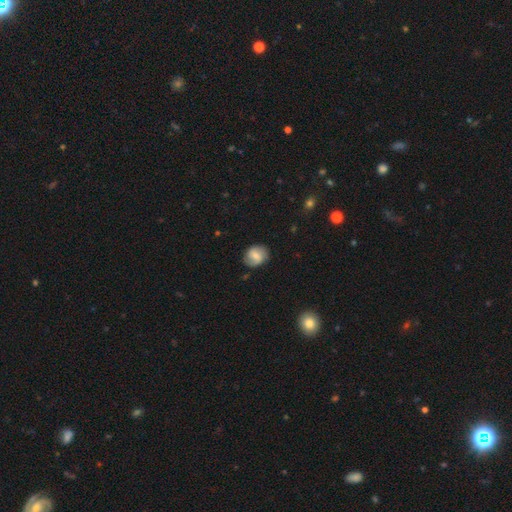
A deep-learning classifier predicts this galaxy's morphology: smooth_or_featured: smooth (p=0.50) [alt: featured or disk p=0.43]
merging: none (p=0.81) [alt: minor disturbance p=0.15]